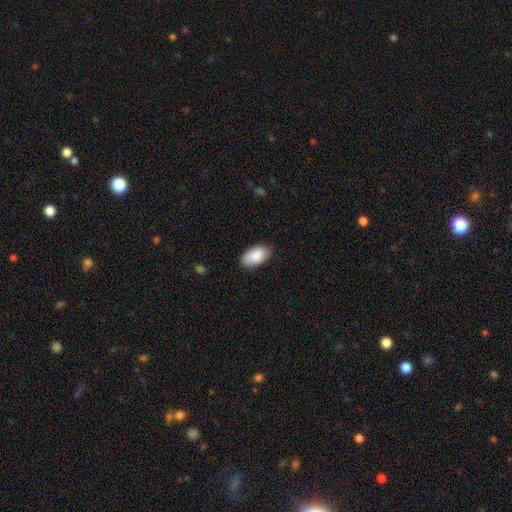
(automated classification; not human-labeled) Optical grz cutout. It shows a smooth galaxy with no disk features (87%) that is in between round and cigar-shaped (94%). Merging: none (77%).